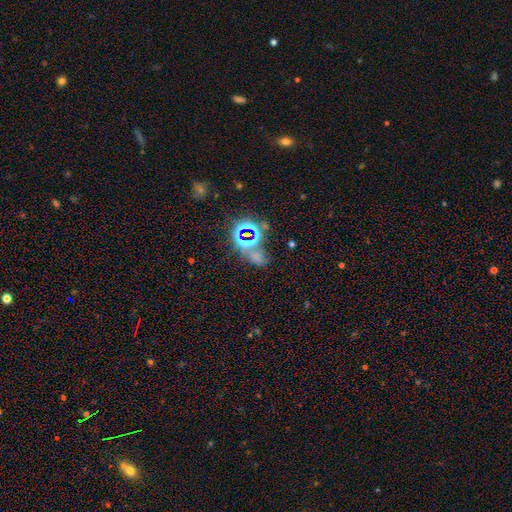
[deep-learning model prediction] Smooth or featured? star or artifact (56%)